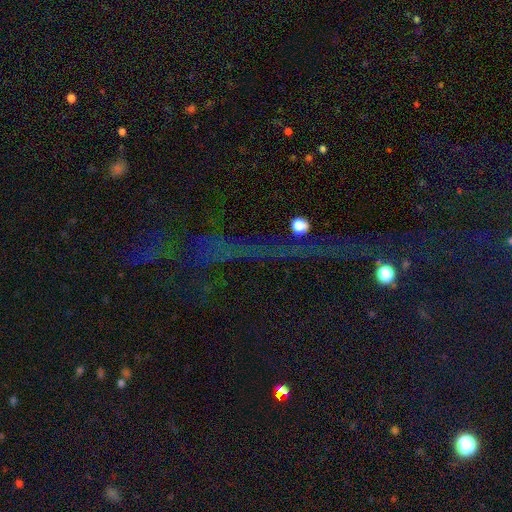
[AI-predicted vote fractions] Overall: star or artifact (74%).